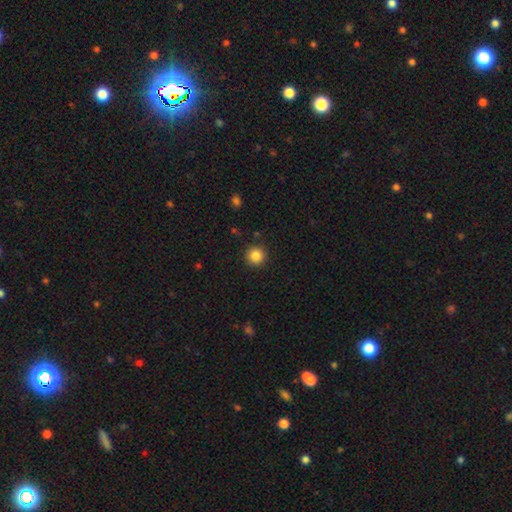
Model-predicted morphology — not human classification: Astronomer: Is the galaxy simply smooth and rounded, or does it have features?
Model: smooth — 86%.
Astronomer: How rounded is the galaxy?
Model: round — 95%.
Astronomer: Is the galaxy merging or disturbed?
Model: none — 91%.